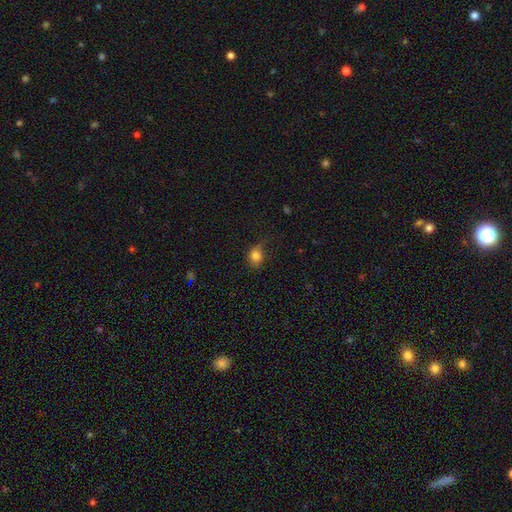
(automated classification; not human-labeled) This appears to be a smooth galaxy with no disk features (81%) that is round (56%). Merging: none (60%).